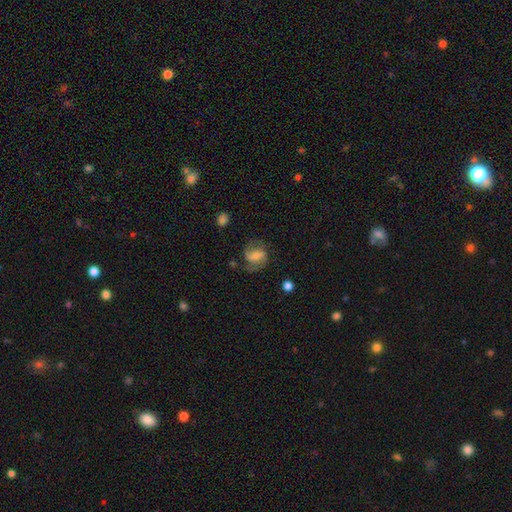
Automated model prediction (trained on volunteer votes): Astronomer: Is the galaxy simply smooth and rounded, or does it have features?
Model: featured or disk — 61%.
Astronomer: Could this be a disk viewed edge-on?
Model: no — 97%.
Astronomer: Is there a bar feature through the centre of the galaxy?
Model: weak — 44% (runner-up: strong, 30%).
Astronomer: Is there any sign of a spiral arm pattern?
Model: yes — 88%.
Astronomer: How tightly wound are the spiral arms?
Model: medium — 49% (runner-up: loose, 30%).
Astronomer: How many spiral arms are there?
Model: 2 — 83%.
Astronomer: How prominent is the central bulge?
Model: small — 41% (runner-up: moderate, 39%).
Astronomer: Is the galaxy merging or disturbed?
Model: none — 64%.